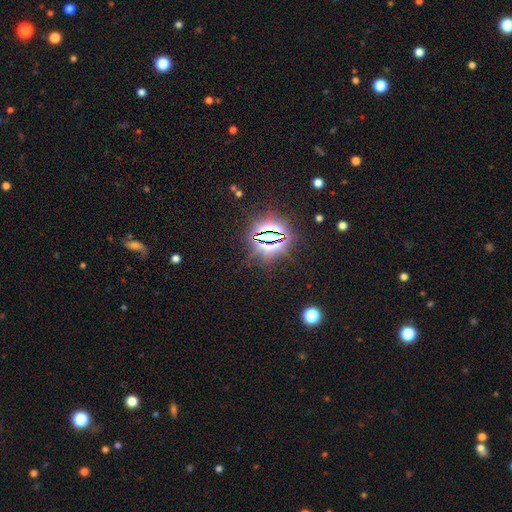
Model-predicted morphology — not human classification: Smooth or featured? star or artifact (84%)